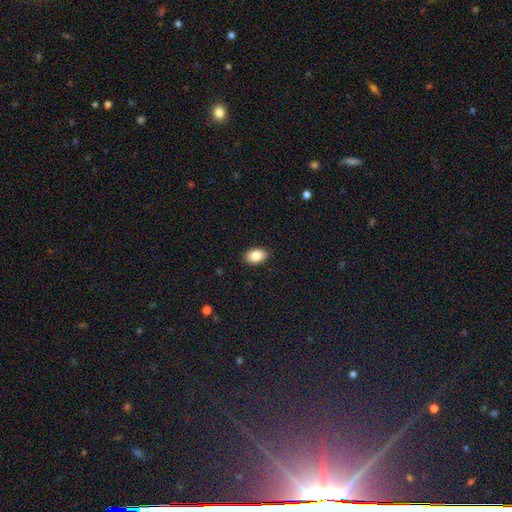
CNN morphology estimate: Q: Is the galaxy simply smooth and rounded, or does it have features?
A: smooth — 86%.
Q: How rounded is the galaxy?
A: in between — 90%.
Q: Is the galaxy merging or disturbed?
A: none — 90%.